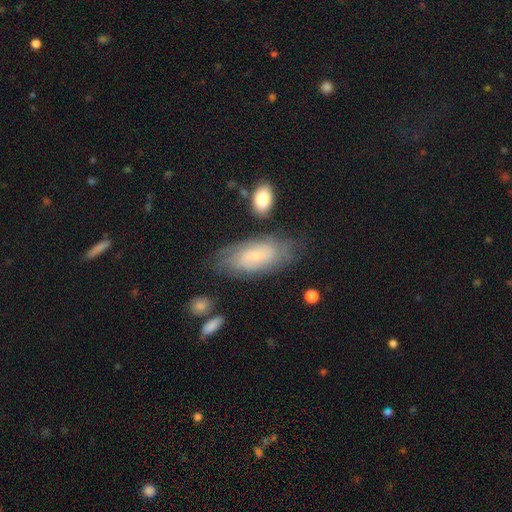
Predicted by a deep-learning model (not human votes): A featured or disk galaxy (48%). Merging: none (68%).